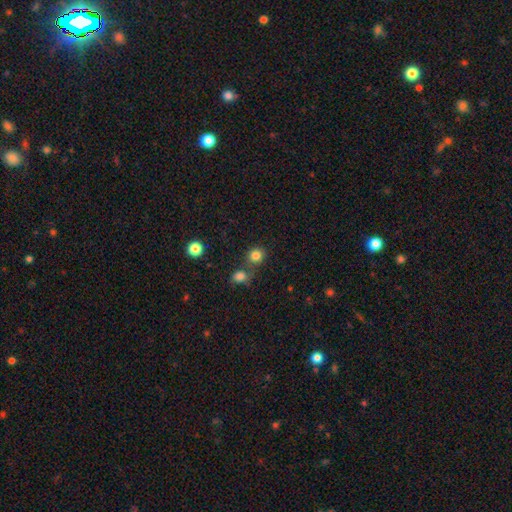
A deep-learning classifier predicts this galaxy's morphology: type=smooth (82%); roundness=round (84%); merging=none (65%).